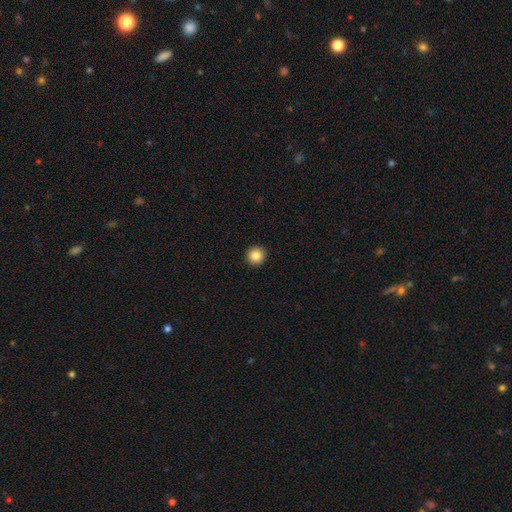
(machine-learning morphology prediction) This is clearly a smooth galaxy (86%). How rounded: clearly round (95%). Merging: clearly none (93%).